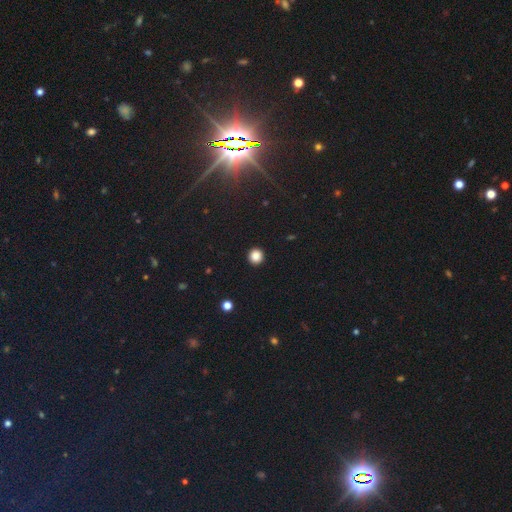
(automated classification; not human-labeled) smooth-or-featured: smooth: 86% | star or artifact: 11% | featured or disk: 3%
  how-rounded: round: 95% | in between: 4% | cigar-shaped: 1%
  merging: none: 93% | minor disturbance: 4% | major disturbance: 2% | merger: 1%